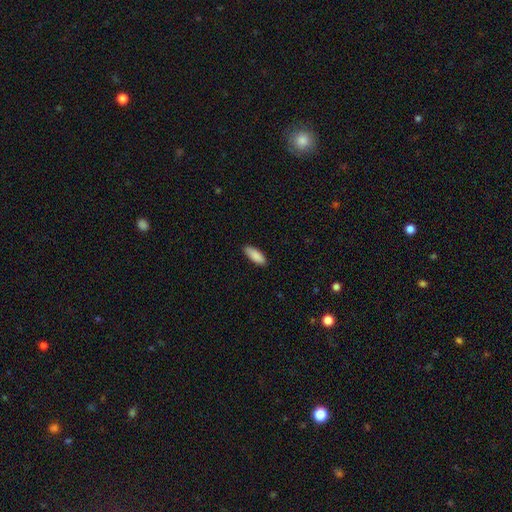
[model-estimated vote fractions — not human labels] Smooth or featured? Predicted: smooth (p=0.89). How rounded? Predicted: in between (p=0.75). Merging? Predicted: none (p=0.87).